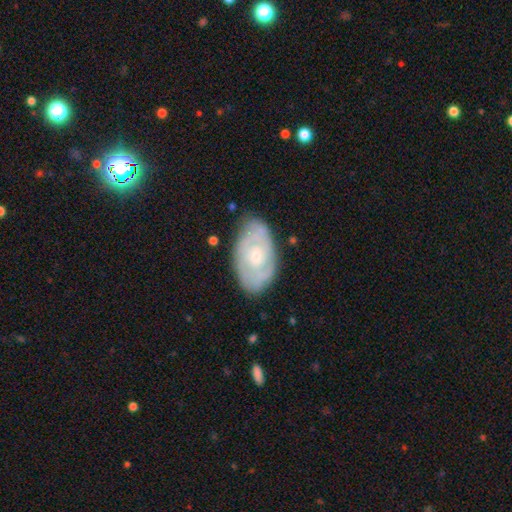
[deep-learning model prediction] Smooth or featured: featured or disk — 71% (smooth — 23%)
Edge-on disk: no — 95% (yes — 5%)
Bar: no — 77% (weak — 20%)
Spiral arms: yes — 79% (no — 21%)
Spiral winding: tight — 67% (medium — 25%)
Spiral arm count: can't tell — 48% (2 — 31%)
Bulge size: small — 67% (moderate — 28%)
Merging: none — 75% (minor disturbance — 19%)